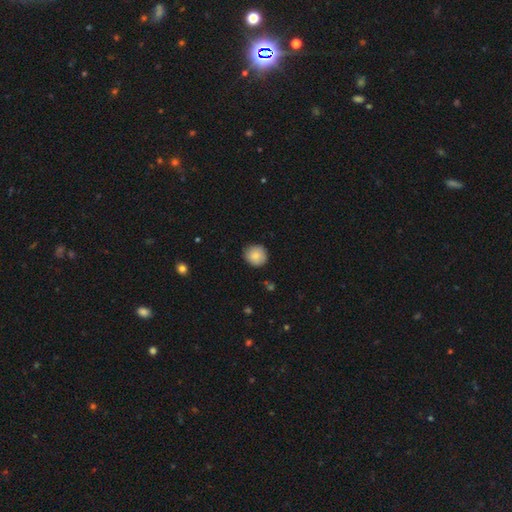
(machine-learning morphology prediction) Smooth or featured: smooth — 84% (featured or disk — 9%)
How rounded: round — 89% (in between — 10%)
Merging: none — 86% (minor disturbance — 10%)